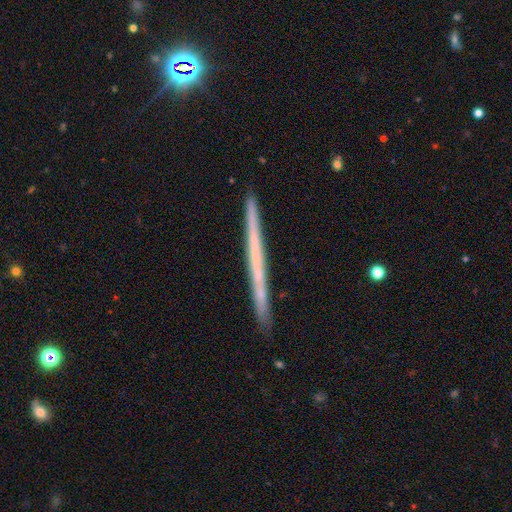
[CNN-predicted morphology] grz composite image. It shows a featured or disk galaxy (53%) viewed edge-on (97%) with no central bulge (93%). Merging: none (91%).